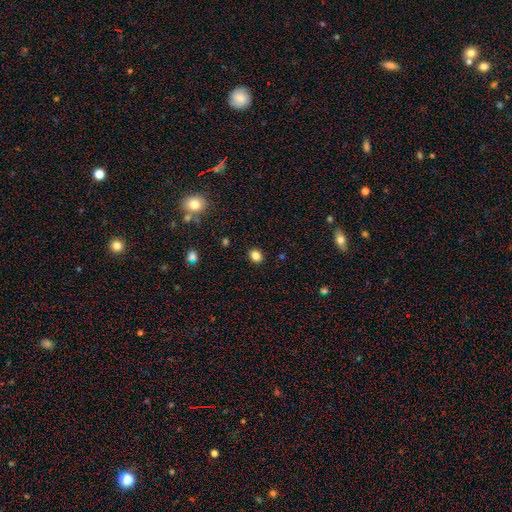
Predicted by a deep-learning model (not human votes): smooth-or-featured: smooth: 84% | star or artifact: 12% | featured or disk: 4%
  how-rounded: round: 57% | in between: 42% | cigar-shaped: 1%
  merging: none: 89% | minor disturbance: 7% | major disturbance: 2% | merger: 1%